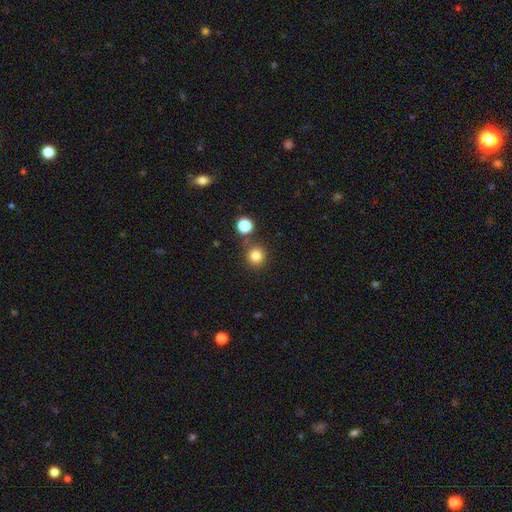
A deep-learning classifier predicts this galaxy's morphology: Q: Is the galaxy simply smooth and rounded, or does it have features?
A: smooth — 82%.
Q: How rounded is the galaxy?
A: round — 93%.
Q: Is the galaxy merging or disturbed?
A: none — 81%.